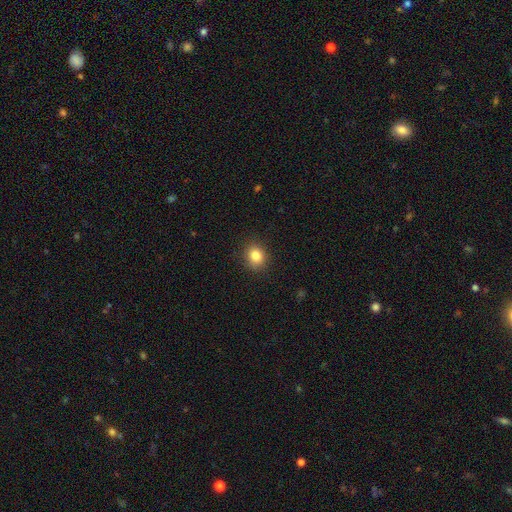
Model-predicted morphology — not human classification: Smooth or featured: smooth — 84% (star or artifact — 11%)
How rounded: round — 64% (in between — 35%)
Merging: none — 89% (minor disturbance — 8%)